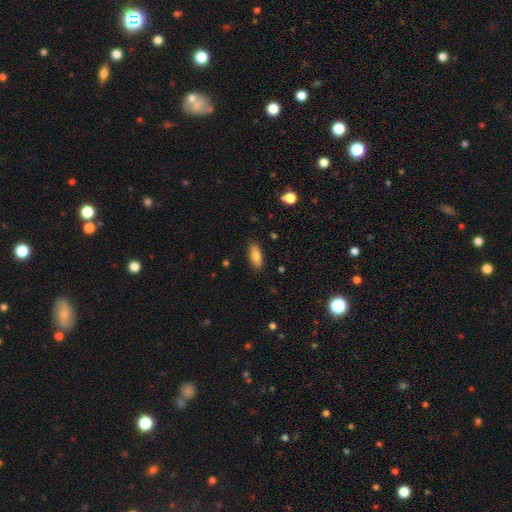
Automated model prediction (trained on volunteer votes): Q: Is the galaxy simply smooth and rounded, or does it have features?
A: smooth — 81%.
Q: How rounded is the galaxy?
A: in between — 79%.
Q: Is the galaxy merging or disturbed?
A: none — 87%.